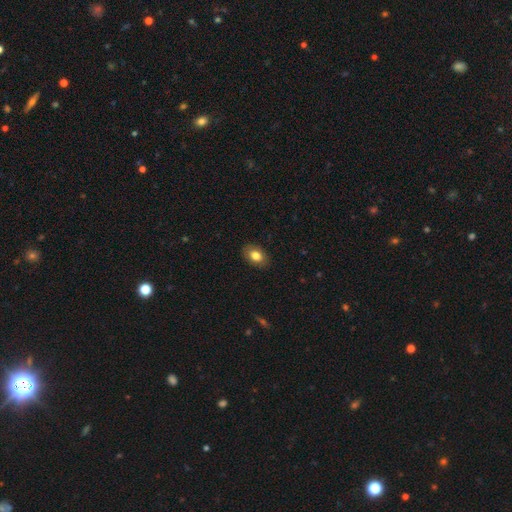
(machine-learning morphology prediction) A smooth galaxy with no disk features (81%) that is in between round and cigar-shaped (83%).

Vote fractions:
- Smooth or featured? smooth: 81% / featured or disk: 12% / star or artifact: 8%
- How rounded? in between: 83% / round: 16% / cigar-shaped: 1%
- Merging? none: 87% / minor disturbance: 10% / major disturbance: 2% / merger: 1%